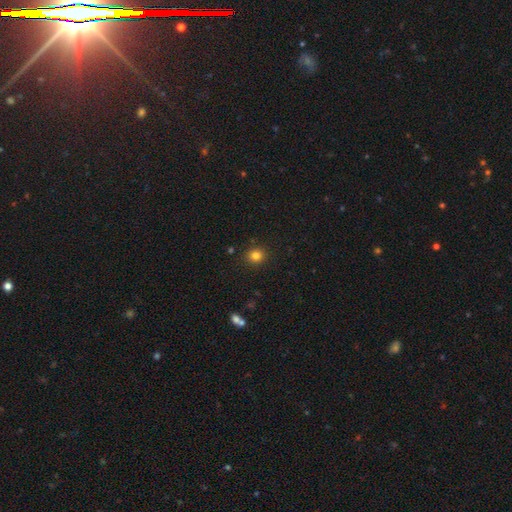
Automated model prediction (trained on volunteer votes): Smooth or featured?
  - smooth: 82% *
  - star or artifact: 13%
  - featured or disk: 5%
How rounded?
  - round: 82% *
  - in between: 18%
  - cigar-shaped: 1%
Merging?
  - none: 89% *
  - minor disturbance: 7%
  - major disturbance: 2%
  - merger: 2%